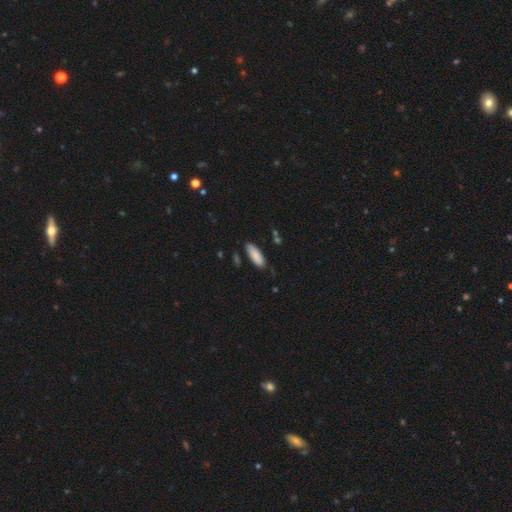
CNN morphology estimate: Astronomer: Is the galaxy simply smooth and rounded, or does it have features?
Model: smooth — 88%.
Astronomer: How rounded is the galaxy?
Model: in between — 63%.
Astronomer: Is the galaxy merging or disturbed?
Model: none — 81%.